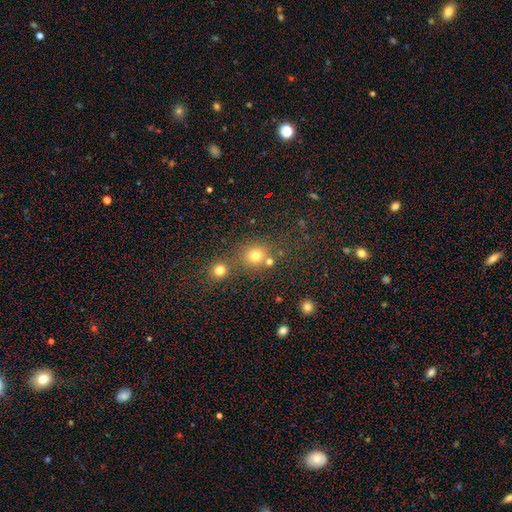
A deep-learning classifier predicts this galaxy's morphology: This is likely a smooth galaxy (75%). How rounded: clearly round (87%). Merging: likely none (68%).